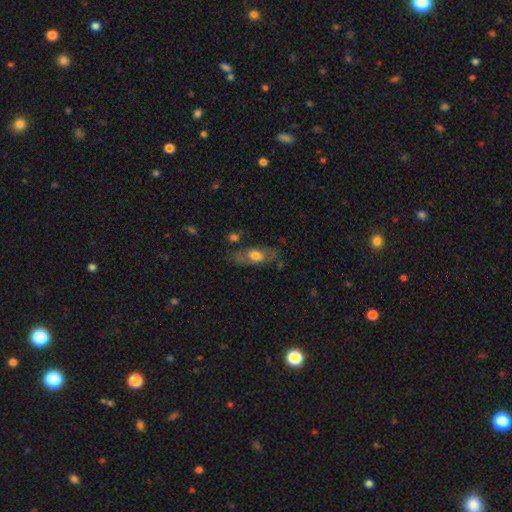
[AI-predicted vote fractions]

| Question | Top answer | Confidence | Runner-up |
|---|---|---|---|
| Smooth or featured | smooth | 50% | featured or disk (42%) |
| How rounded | in between | 77% | cigar-shaped (16%) |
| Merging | none | 64% | minor disturbance (21%) |